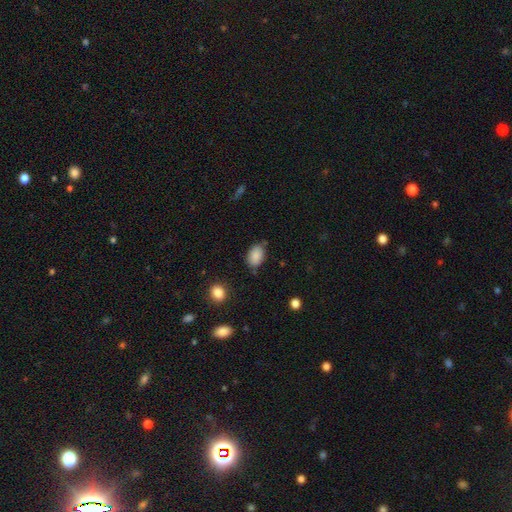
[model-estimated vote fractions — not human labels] A smooth galaxy with no disk features (88%) that is in between round and cigar-shaped (84%).

Vote fractions:
- Smooth or featured? smooth: 88% / star or artifact: 8% / featured or disk: 4%
- How rounded? in between: 84% / round: 14% / cigar-shaped: 1%
- Merging? none: 74% / minor disturbance: 19% / major disturbance: 4% / merger: 3%